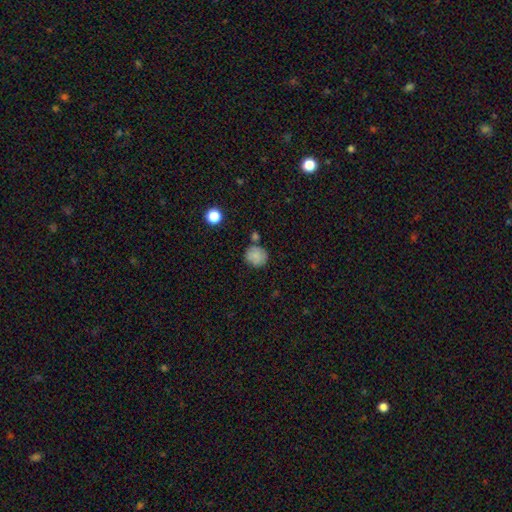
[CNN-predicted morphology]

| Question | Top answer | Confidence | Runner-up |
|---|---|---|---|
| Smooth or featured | smooth | 84% | star or artifact (9%) |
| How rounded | round | 85% | in between (14%) |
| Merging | none | 71% | minor disturbance (15%) |